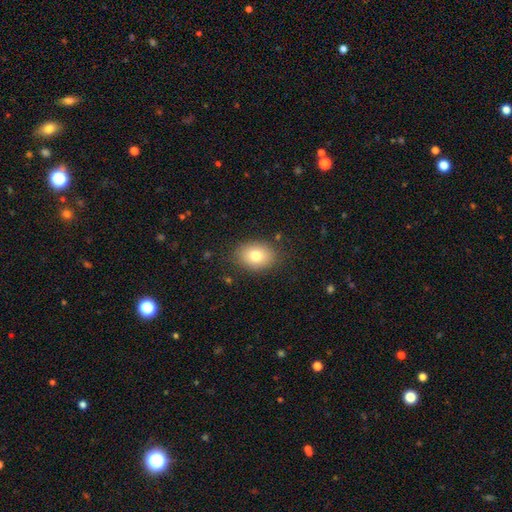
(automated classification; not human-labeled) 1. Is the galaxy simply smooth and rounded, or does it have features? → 79% smooth, 12% featured or disk, 9% star or artifact.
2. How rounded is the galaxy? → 68% in between, 31% round, 1% cigar-shaped.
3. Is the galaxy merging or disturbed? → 84% none, 11% minor disturbance, 3% major disturbance, 1% merger.